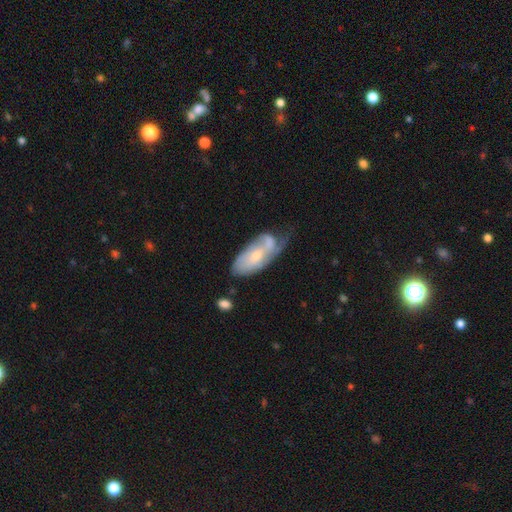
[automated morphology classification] Overall: featured or disk (59%; smooth 34%). Edge-on disk: no (90%). Bar: no (68%). Spiral arms: yes (72%). Bulge size: small (54%; moderate 40%). Merging: none (32%; minor disturbance 31%).